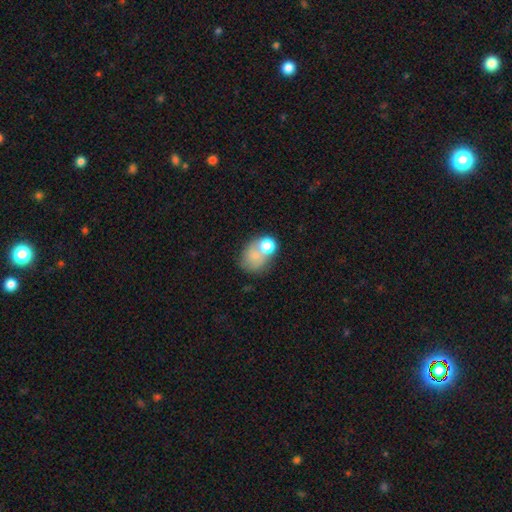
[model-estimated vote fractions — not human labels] Smooth or featured: smooth — 65% (featured or disk — 23%)
How rounded: in between — 50% (round — 49%)
Merging: merger — 39% (none — 31%)